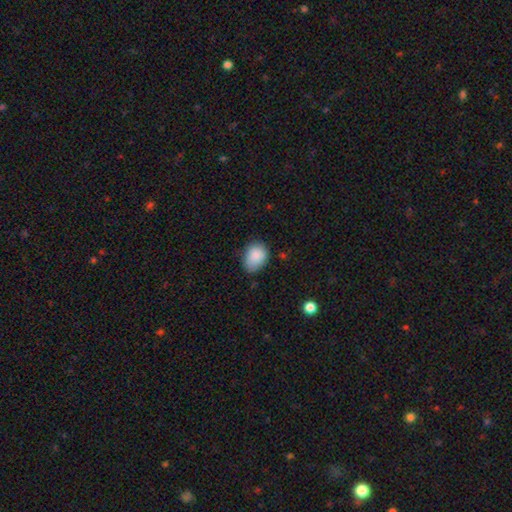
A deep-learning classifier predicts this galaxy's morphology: Smooth or featured: smooth — 87% (star or artifact — 7%)
How rounded: in between — 70% (round — 30%)
Merging: none — 65% (minor disturbance — 28%)